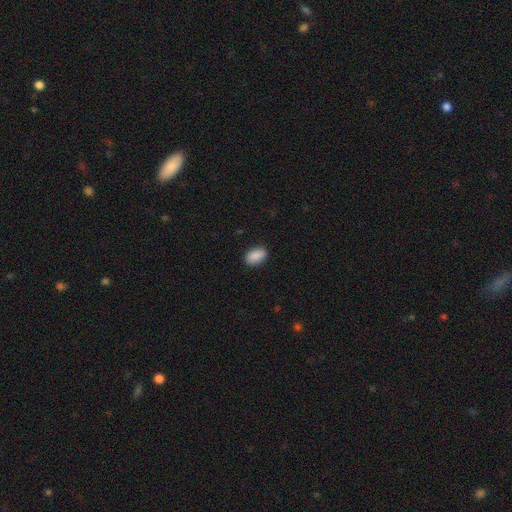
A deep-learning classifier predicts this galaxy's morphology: Smooth or featured? smooth (89%)
How rounded? in between (91%)
Merging? none (87%)